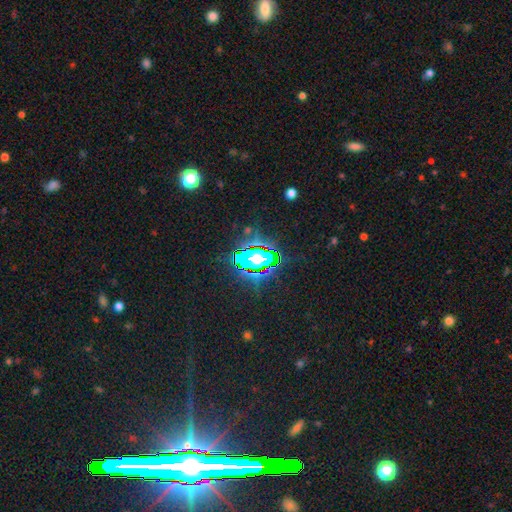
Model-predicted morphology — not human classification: A star or artifact, not a galaxy (63%).

Vote fractions:
- Smooth or featured? star or artifact: 63% / smooth: 23% / featured or disk: 14%